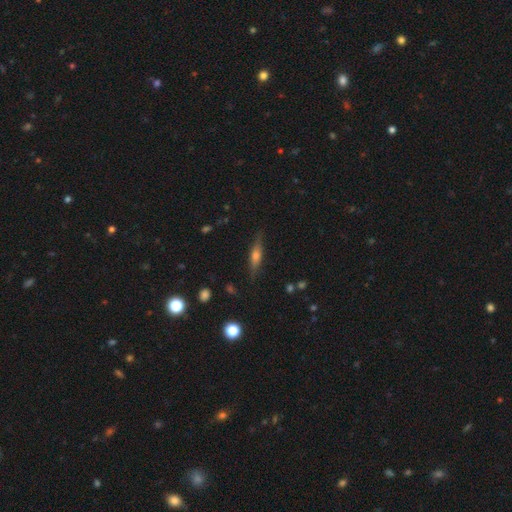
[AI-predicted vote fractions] Smooth or featured?
  - featured or disk: 53% *
  - smooth: 38%
  - star or artifact: 9%
Edge-on disk?
  - yes: 92% *
  - no: 8%
Merging?
  - none: 83% *
  - minor disturbance: 12%
  - major disturbance: 3%
  - merger: 1%